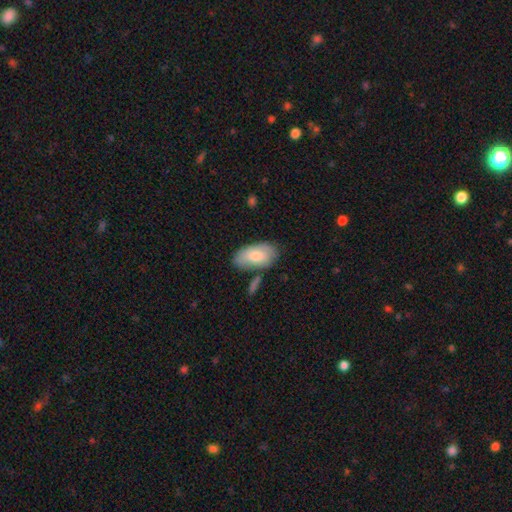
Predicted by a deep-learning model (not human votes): The model was most divided on "merging": none: 68%, minor disturbance: 19%, merger: 8%, major disturbance: 5%. More confident: how rounded — in between (94%); smooth or featured — smooth (76%).